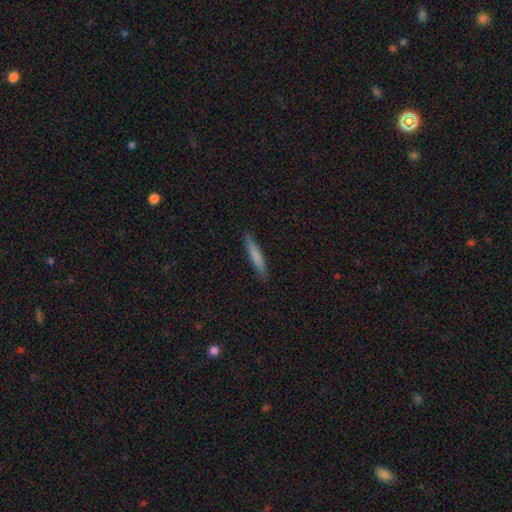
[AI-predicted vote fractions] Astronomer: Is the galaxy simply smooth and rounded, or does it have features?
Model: smooth — 75%.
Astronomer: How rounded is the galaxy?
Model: cigar-shaped — 93%.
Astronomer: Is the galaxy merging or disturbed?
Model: none — 88%.